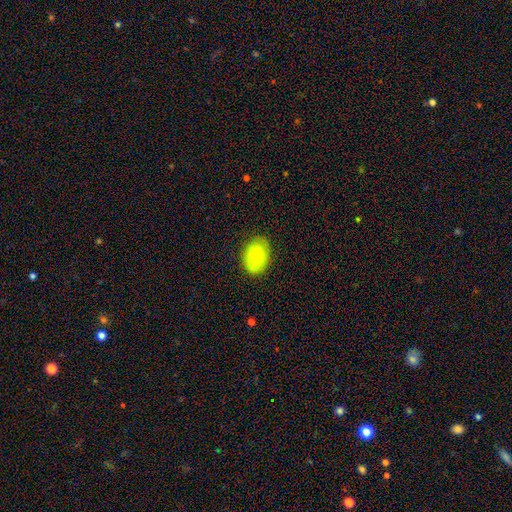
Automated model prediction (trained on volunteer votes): smooth-or-featured: smooth: 75% | featured or disk: 17% | star or artifact: 8%
  how-rounded: in between: 74% | round: 25% | cigar-shaped: 1%
  merging: none: 81% | minor disturbance: 15% | major disturbance: 3% | merger: 1%